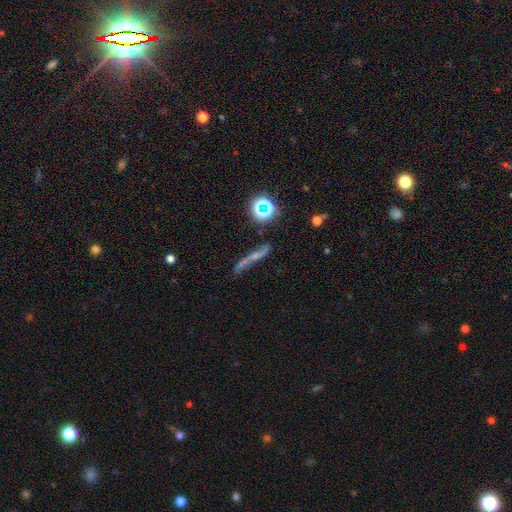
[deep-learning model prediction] smooth-or-featured: featured or disk: 57% | smooth: 22% | star or artifact: 21%
  disk-edge-on: yes: 58% | no: 42%
  merging: none: 66% | minor disturbance: 19% | major disturbance: 9% | merger: 7%